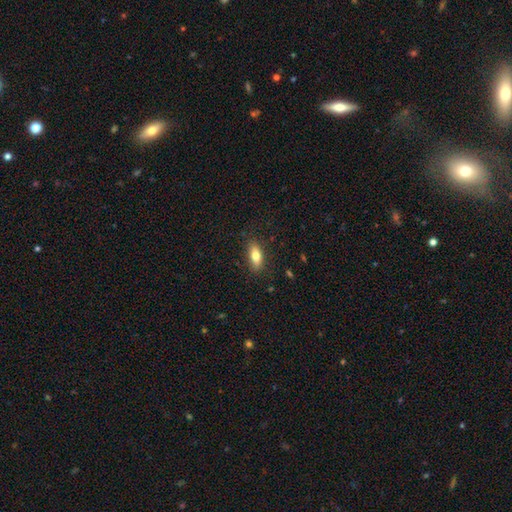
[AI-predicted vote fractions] Morphology: type=smooth (76%); roundness=in between (77%); merging=none (85%).